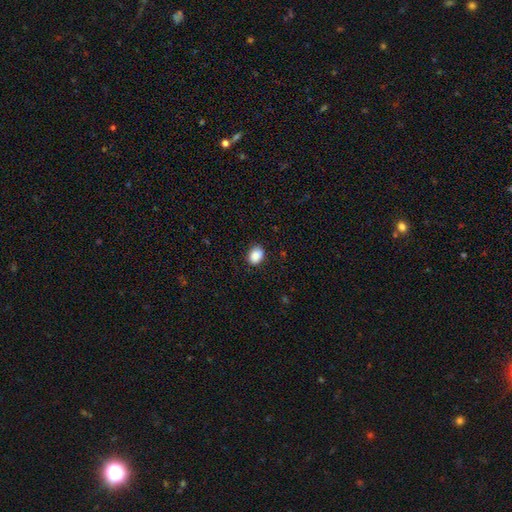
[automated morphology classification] smooth_or_featured: smooth (p=0.87) [alt: star or artifact p=0.08]
how_rounded: in between (p=0.65) [alt: round p=0.34]
merging: none (p=0.85) [alt: minor disturbance p=0.11]